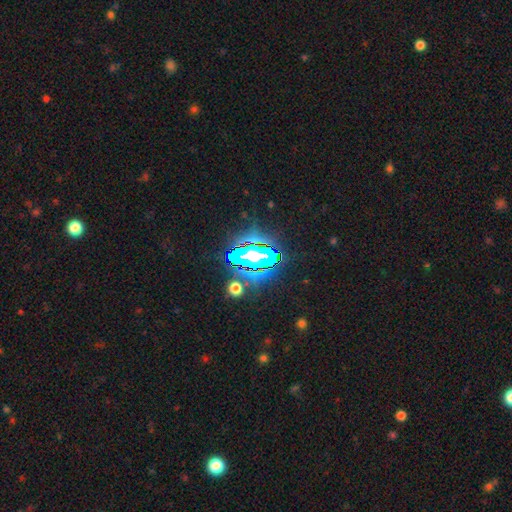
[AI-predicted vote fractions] Smooth or featured? star or artifact (63%)